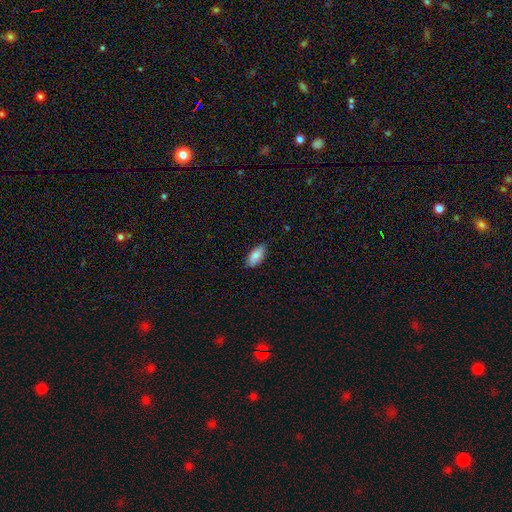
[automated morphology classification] Smooth or featured: smooth — 84% (featured or disk — 10%)
How rounded: in between — 89% (cigar-shaped — 9%)
Merging: none — 81% (minor disturbance — 16%)